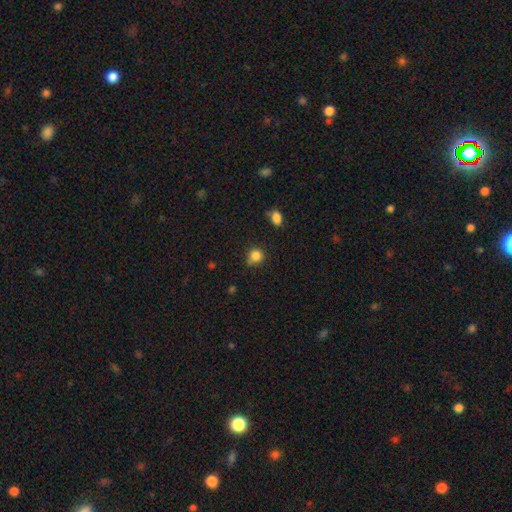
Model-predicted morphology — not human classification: The model was most divided on "merging": none: 65%, minor disturbance: 23%, merger: 7%, major disturbance: 5%. More confident: how rounded — round (87%); smooth or featured — smooth (83%).